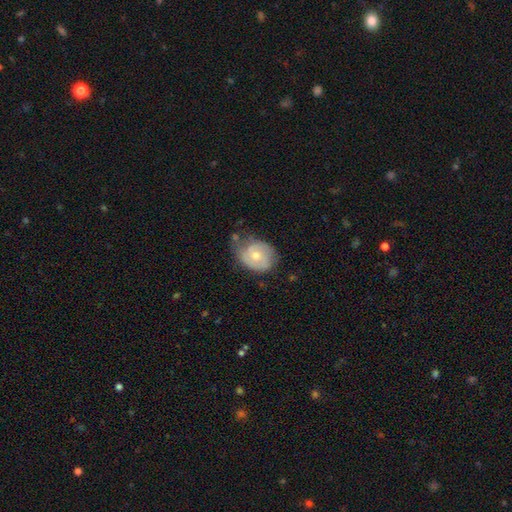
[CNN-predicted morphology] Smooth or featured: featured or disk — 55% (smooth — 39%)
Edge-on disk: no — 97% (yes — 3%)
Bar: no — 72% (weak — 24%)
Spiral arms: yes — 76% (no — 24%)
Bulge size: moderate — 59% (small — 36%)
Merging: none — 48% (minor disturbance — 35%)